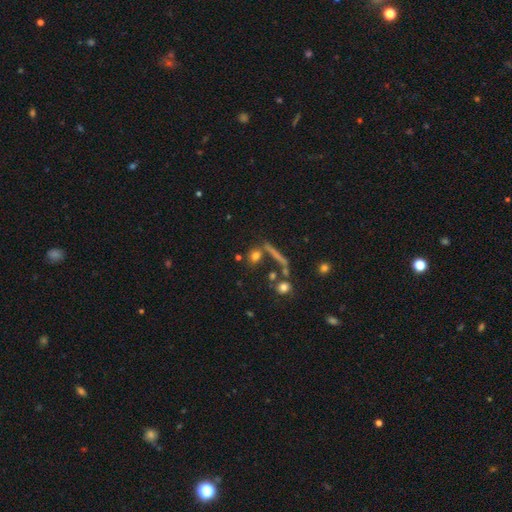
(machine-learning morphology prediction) A smooth galaxy with no disk features (71%) that is round (58%). Merging: none (67%).